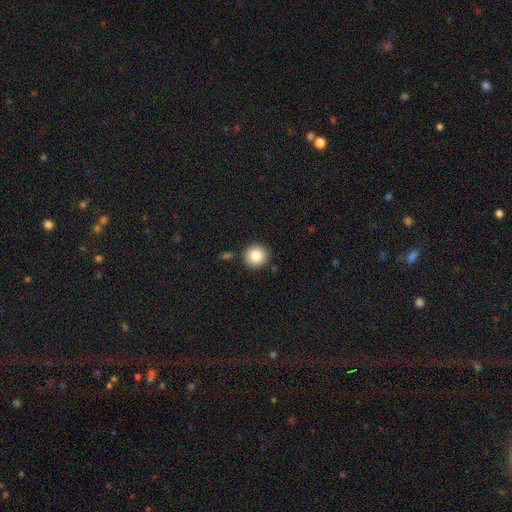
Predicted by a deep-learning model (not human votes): Smooth or featured? Predicted: smooth (p=0.83). How rounded? Predicted: round (p=0.94). Merging? Predicted: none (p=0.88).